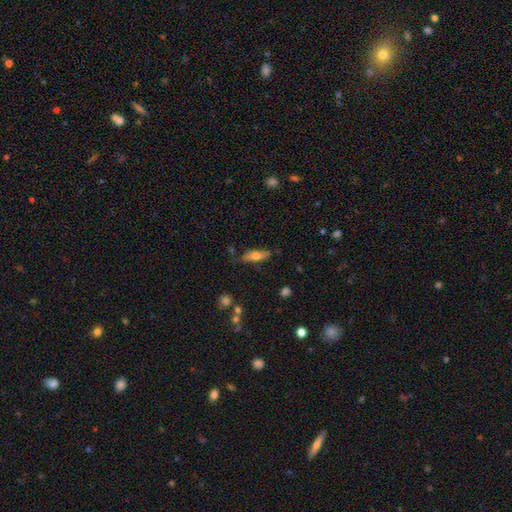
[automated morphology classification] This appears to be a smooth galaxy with no disk features (57%) that is cigar-shaped (50%). Merging: none (78%).